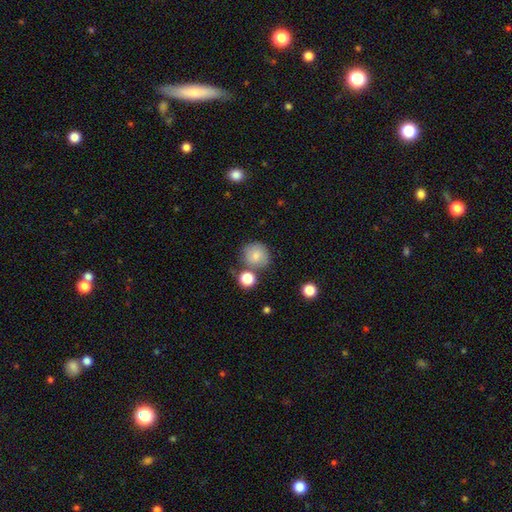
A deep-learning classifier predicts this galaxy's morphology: smooth 79%, featured or disk 12%, star or artifact 10%. Down the decision tree: how rounded — round (89%); merging — none (69%).